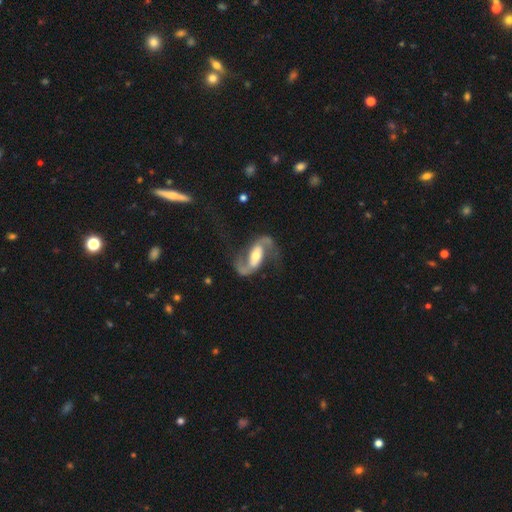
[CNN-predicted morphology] Smooth or featured? featured or disk (89%)
Edge-on disk? no (96%)
Bar? strong (40%)
Spiral arms? yes (96%)
Spiral winding? loose (61%)
Spiral arm count? 2 (93%)
Bulge size? moderate (60%)
Merging? none (69%)